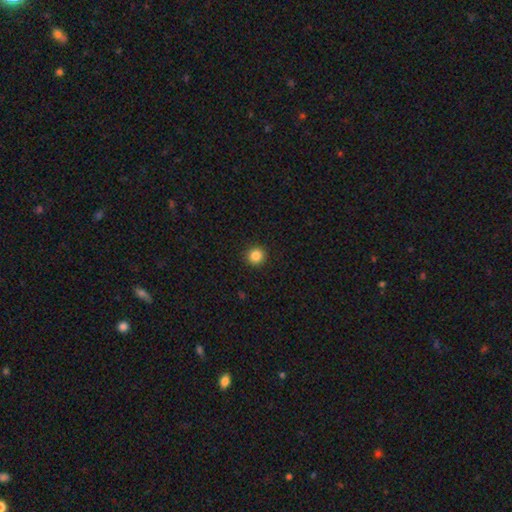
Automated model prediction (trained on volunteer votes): Q: Smooth or featured?
A: smooth (85%); runner-up: star or artifact (11%)
Q: How rounded?
A: round (94%); runner-up: in between (5%)
Q: Merging?
A: none (93%); runner-up: minor disturbance (5%)